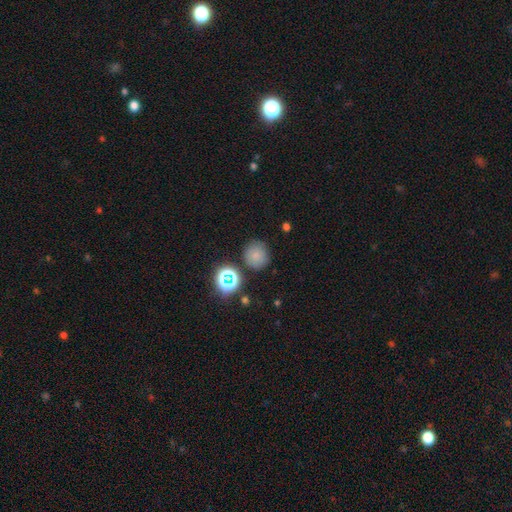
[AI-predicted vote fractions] Smooth or featured? smooth (75%)
How rounded? round (89%)
Merging? none (80%)